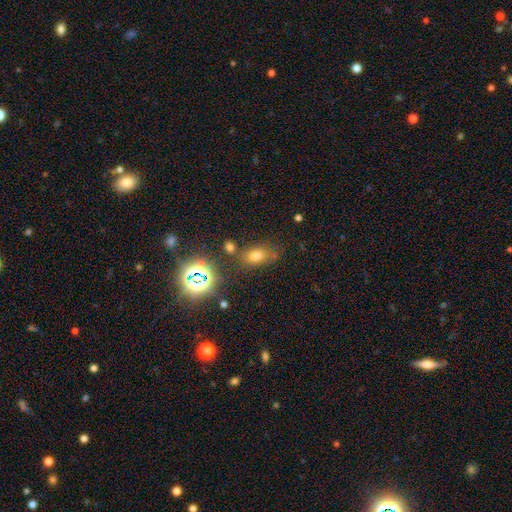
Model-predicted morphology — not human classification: A smooth galaxy with no disk features (64%) that is in between round and cigar-shaped (74%). Merging: none (67%).